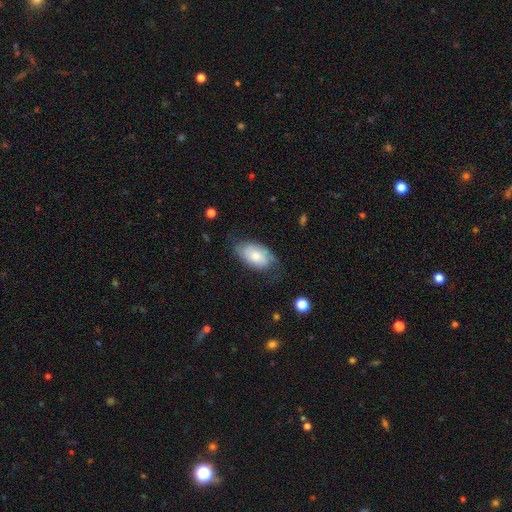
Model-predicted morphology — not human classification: A smooth galaxy with no disk features (65%) that is in between round and cigar-shaped (93%). Merging: none (56%).